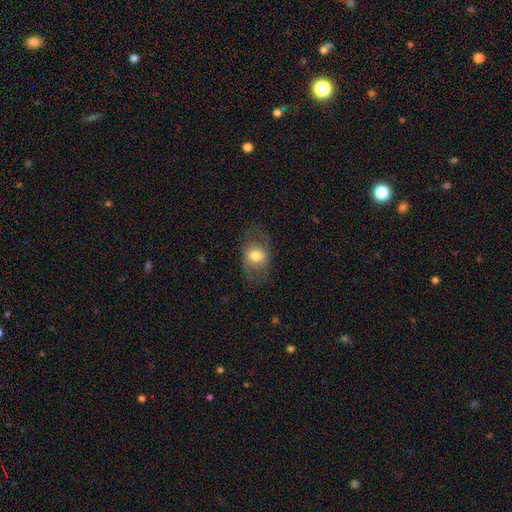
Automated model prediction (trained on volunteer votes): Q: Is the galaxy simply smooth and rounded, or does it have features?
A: smooth — 60%.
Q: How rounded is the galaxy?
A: in between — 73%.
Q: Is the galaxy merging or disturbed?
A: none — 70%.